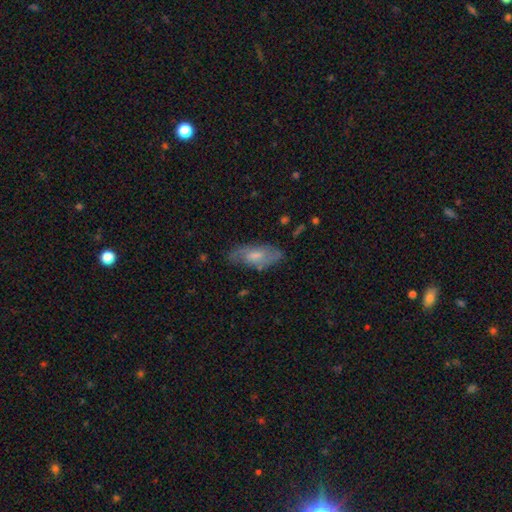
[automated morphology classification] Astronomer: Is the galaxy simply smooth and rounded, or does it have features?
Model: featured or disk — 50% (runner-up: smooth, 42%).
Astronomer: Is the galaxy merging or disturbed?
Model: none — 74%.